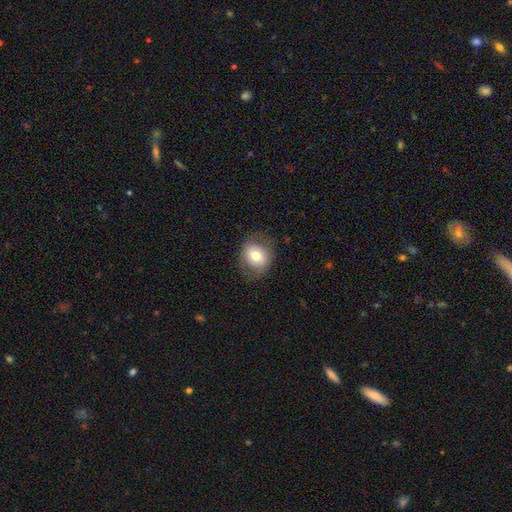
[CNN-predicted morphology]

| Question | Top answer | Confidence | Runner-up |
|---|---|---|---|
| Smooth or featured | smooth | 72% | featured or disk (19%) |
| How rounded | round | 64% | in between (35%) |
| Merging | none | 75% | minor disturbance (17%) |